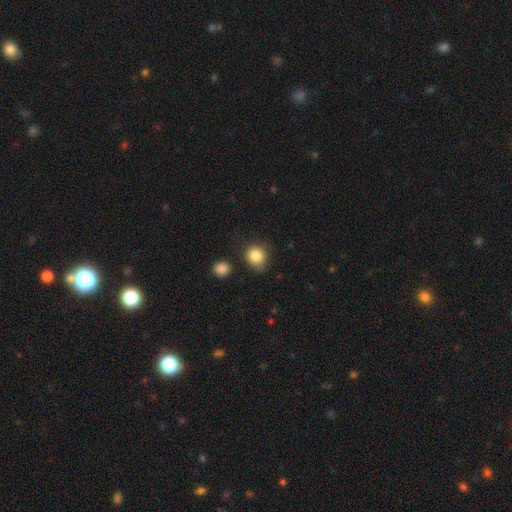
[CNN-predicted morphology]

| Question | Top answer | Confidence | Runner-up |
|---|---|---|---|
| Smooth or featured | smooth | 85% | star or artifact (10%) |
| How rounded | round | 80% | in between (19%) |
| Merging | none | 77% | minor disturbance (15%) |